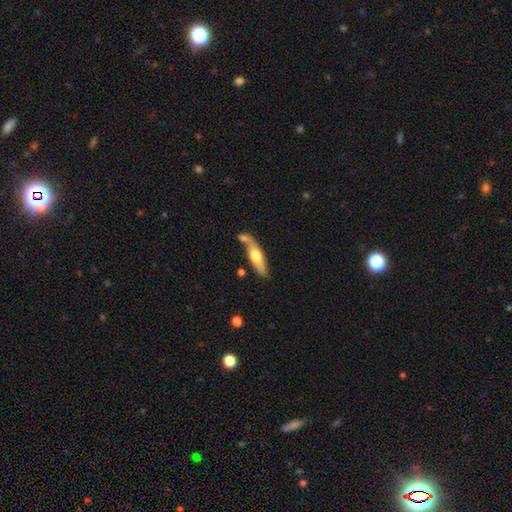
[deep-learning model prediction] Smooth or featured? smooth (51%)
How rounded? cigar-shaped (61%)
Merging? none (52%)